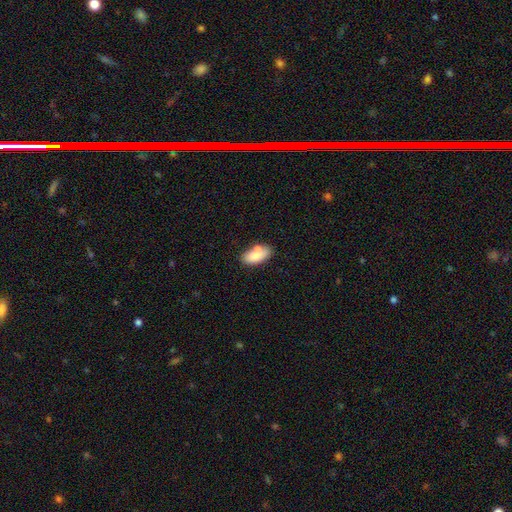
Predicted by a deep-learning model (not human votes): Smooth or featured? Predicted: smooth (p=0.79). How rounded? Predicted: in between (p=0.90). Merging? Predicted: none (p=0.62).